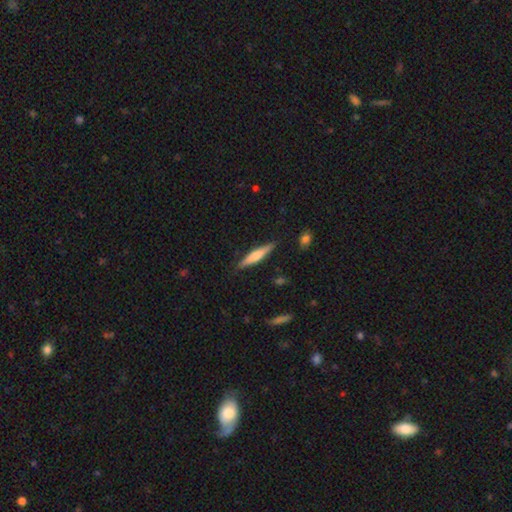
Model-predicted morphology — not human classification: Smooth or featured? smooth (55%)
How rounded? cigar-shaped (87%)
Merging? none (87%)